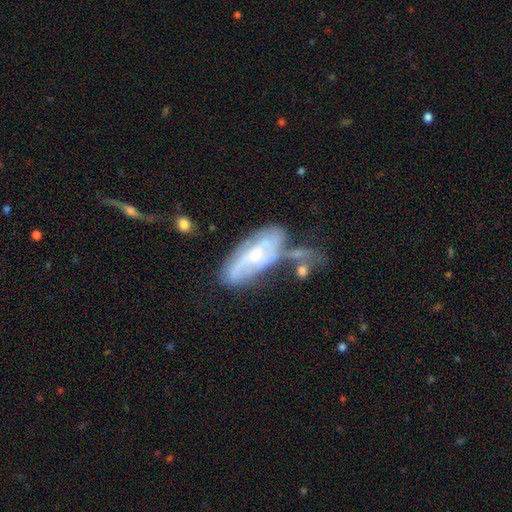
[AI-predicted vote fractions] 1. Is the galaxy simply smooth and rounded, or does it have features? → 66% featured or disk, 27% smooth, 7% star or artifact.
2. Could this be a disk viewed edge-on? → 84% no, 16% yes.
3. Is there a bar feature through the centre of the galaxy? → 55% no, 33% weak, 12% strong.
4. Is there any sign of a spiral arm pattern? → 74% yes, 26% no.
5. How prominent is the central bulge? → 55% small, 38% moderate, 4% none, 3% large, 1% dominant.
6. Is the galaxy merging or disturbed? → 38% none, 23% minor disturbance, 23% merger, 16% major disturbance.